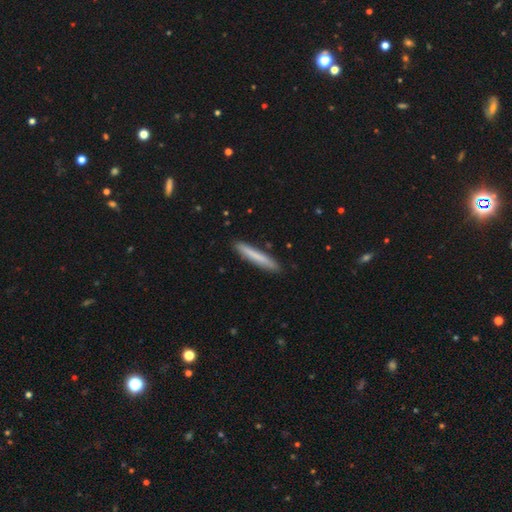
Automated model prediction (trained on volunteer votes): This is likely a smooth galaxy (73%). How rounded: clearly cigar-shaped (96%). Merging: clearly none (90%).